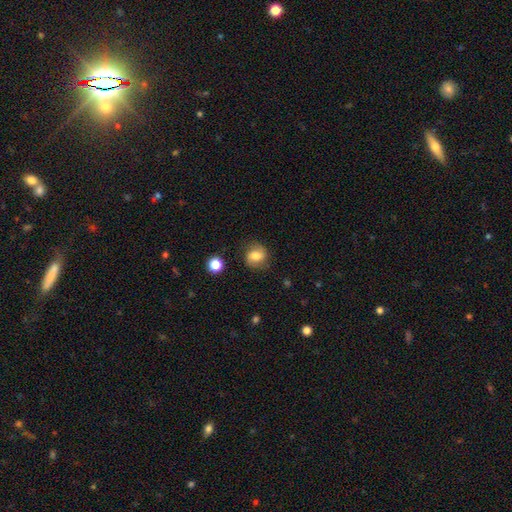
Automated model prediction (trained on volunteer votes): Smooth or featured? smooth (64%)
How rounded? round (68%)
Merging? none (76%)